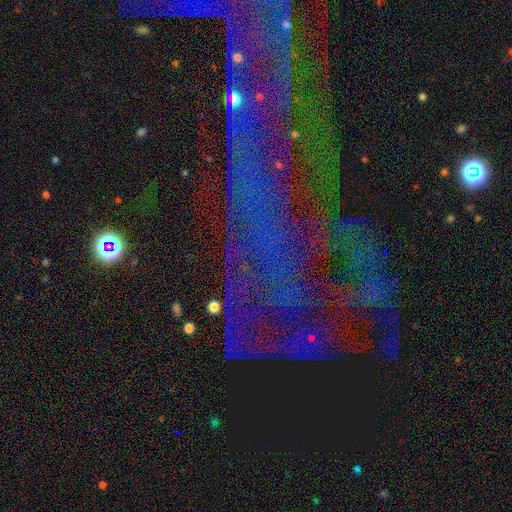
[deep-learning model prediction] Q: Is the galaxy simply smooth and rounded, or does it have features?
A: star or artifact — 68%.